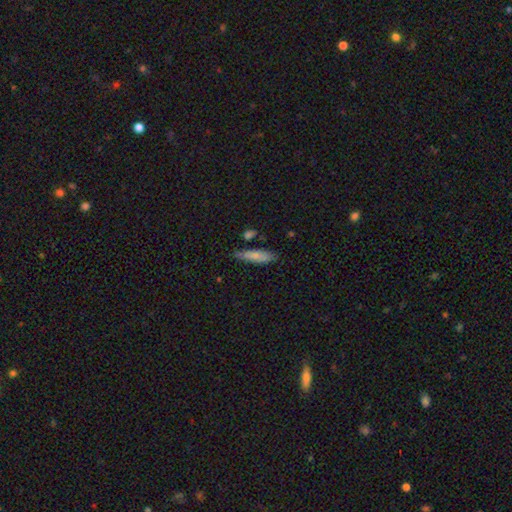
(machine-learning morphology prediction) Smooth or featured? smooth (76%)
How rounded? cigar-shaped (62%)
Merging? none (69%)